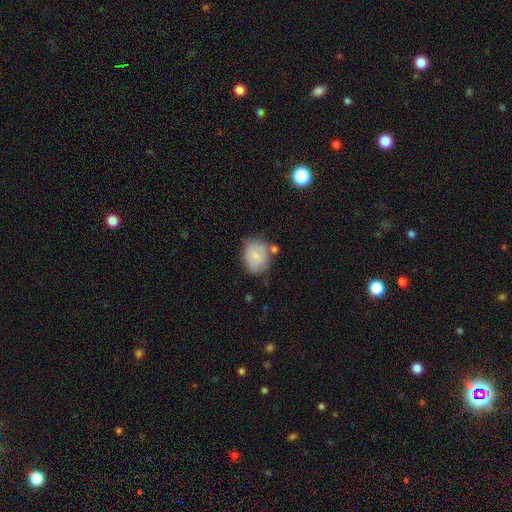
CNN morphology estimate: type=smooth (76%); roundness=in between (51%); merging=none (58%).